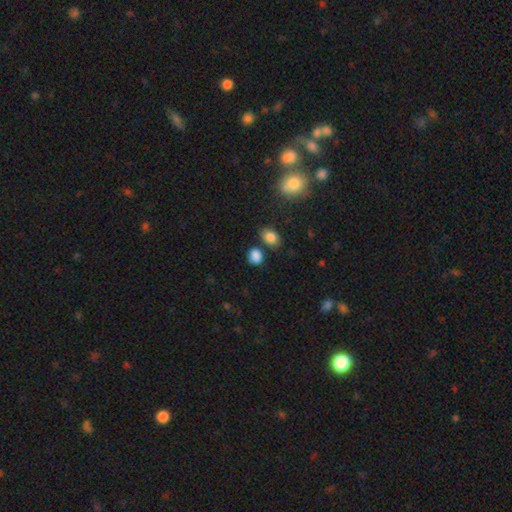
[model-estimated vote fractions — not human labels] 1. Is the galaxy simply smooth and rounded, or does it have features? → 84% smooth, 11% star or artifact, 4% featured or disk.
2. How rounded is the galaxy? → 58% round, 41% in between, 1% cigar-shaped.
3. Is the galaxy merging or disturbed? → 70% none, 15% minor disturbance, 11% merger, 4% major disturbance.